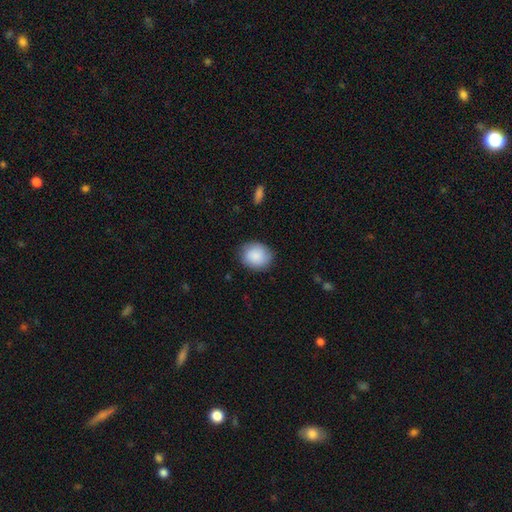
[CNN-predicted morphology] This appears to be a smooth galaxy with no disk features (89%) that is round (61%). Merging: none (84%).